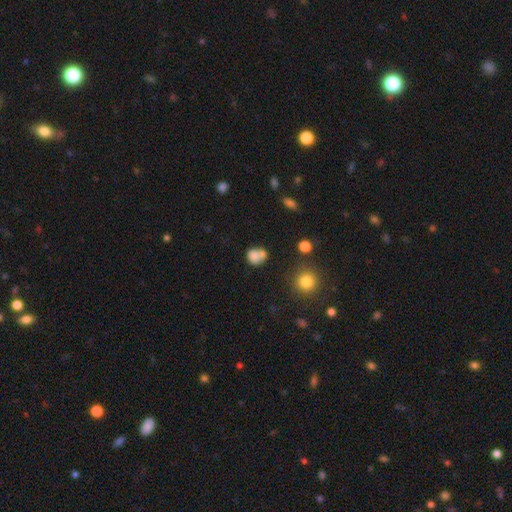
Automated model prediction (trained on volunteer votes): smooth 78%, star or artifact 11%, featured or disk 11%. Down the decision tree: how rounded — round (62%); merging — none (42%).